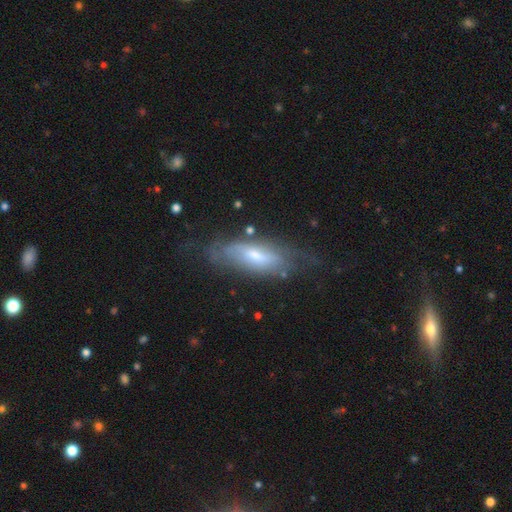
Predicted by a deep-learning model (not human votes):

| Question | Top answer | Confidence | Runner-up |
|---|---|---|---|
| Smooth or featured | featured or disk | 54% | smooth (39%) |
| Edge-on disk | no | 65% | yes (35%) |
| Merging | none | 58% | minor disturbance (26%) |